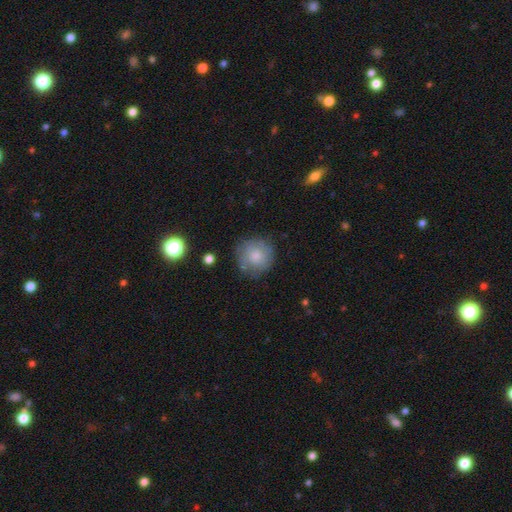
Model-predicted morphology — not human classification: Smooth or featured? Predicted: smooth (p=0.56). How rounded? Predicted: round (p=0.92). Merging? Predicted: none (p=0.74).